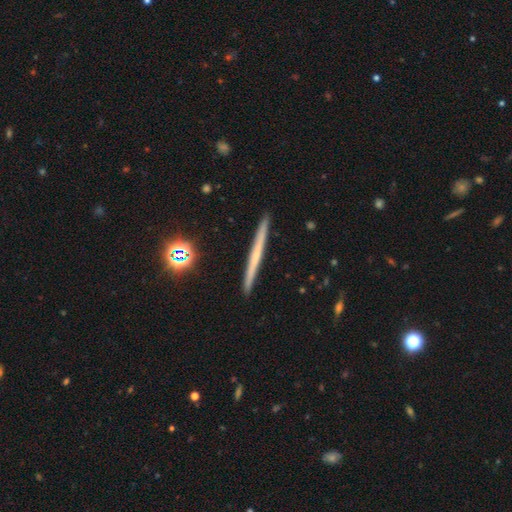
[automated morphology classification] This appears to be a featured or disk galaxy (52%) viewed edge-on (97%) with no central bulge (79%). Merging: none (92%).